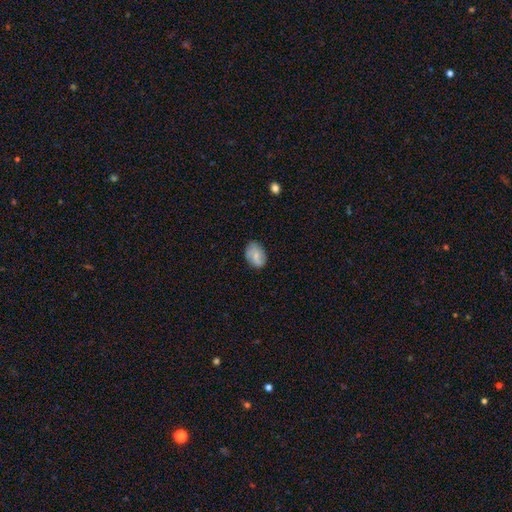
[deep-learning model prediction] Q: Smooth or featured?
A: smooth (61%); runner-up: featured or disk (32%)
Q: How rounded?
A: in between (84%); runner-up: round (15%)
Q: Merging?
A: none (74%); runner-up: minor disturbance (19%)